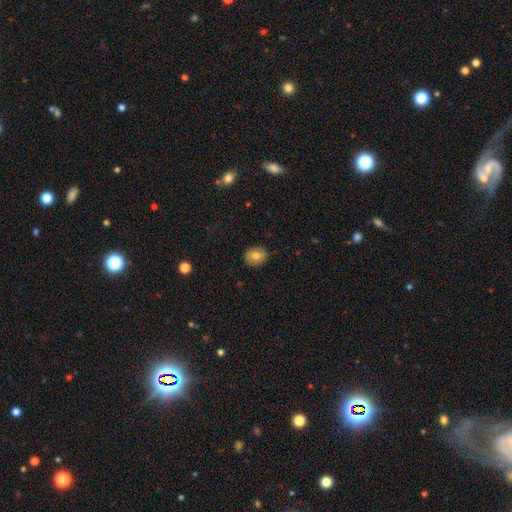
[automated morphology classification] smooth 74%, featured or disk 17%, star or artifact 9%. Down the decision tree: how rounded — round (71%); merging — none (88%).